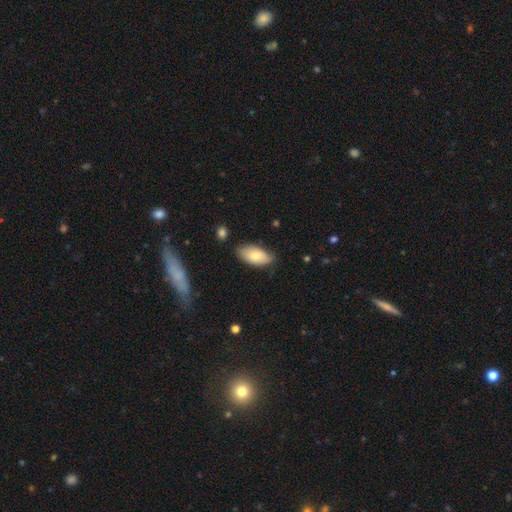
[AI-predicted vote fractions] Q: Smooth or featured?
A: smooth (73%); runner-up: featured or disk (20%)
Q: How rounded?
A: in between (93%); runner-up: cigar-shaped (4%)
Q: Merging?
A: none (74%); runner-up: minor disturbance (21%)